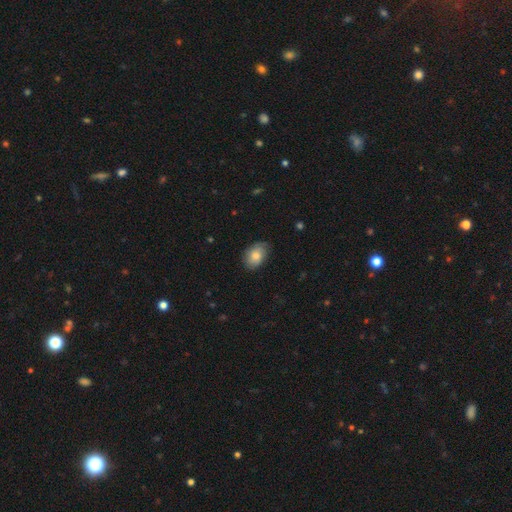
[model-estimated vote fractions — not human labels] A smooth galaxy with no disk features (79%) that is in between round and cigar-shaped (84%). Merging: none (75%).